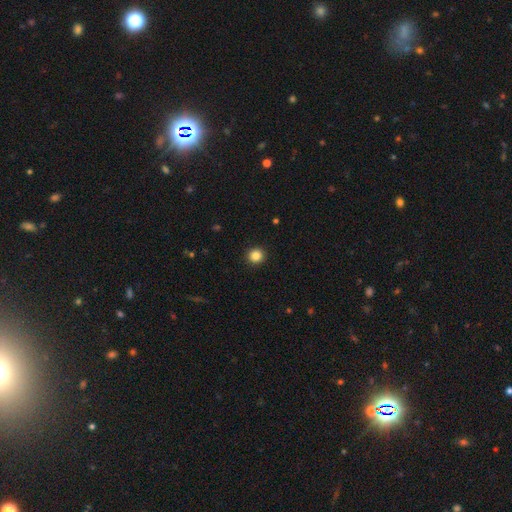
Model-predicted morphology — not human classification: Smooth or featured? Predicted: smooth (p=0.86). How rounded? Predicted: round (p=0.94). Merging? Predicted: none (p=0.93).